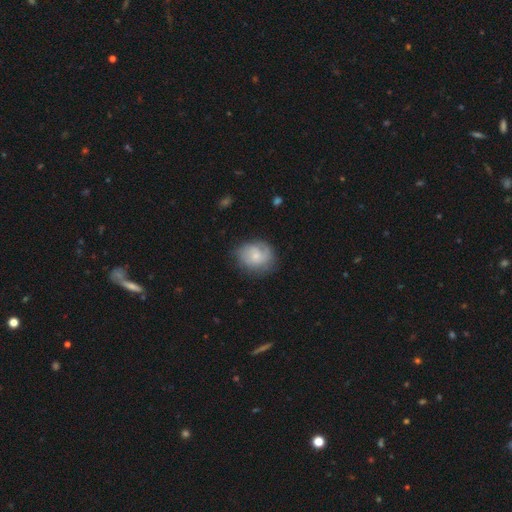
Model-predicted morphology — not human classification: smooth_or_featured: smooth (p=0.52) [alt: featured or disk p=0.41]
how_rounded: round (p=0.62) [alt: in between p=0.37]
merging: none (p=0.67) [alt: minor disturbance p=0.23]